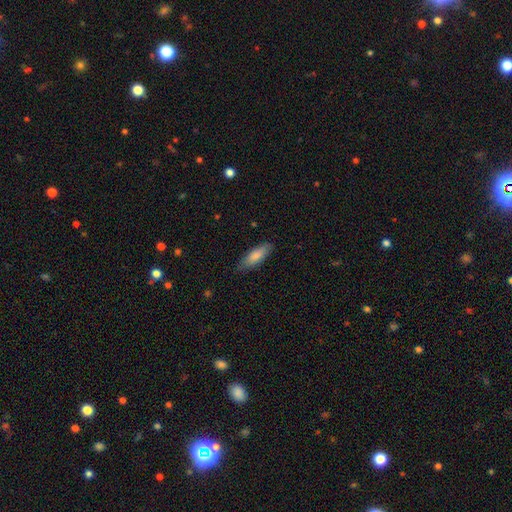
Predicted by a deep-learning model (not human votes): A smooth galaxy with no disk features (84%) that is in between round and cigar-shaped (50%). Merging: none (84%).